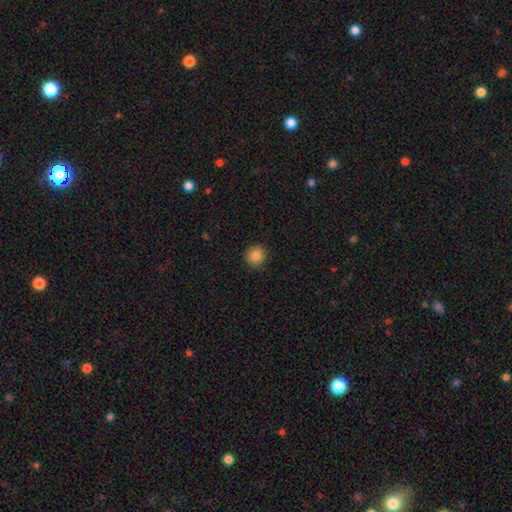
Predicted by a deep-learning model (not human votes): This appears to be a smooth galaxy with no disk features (85%) that is round (93%). Merging: none (90%).